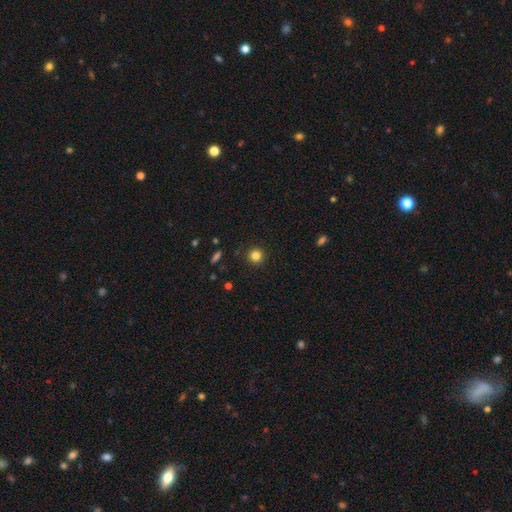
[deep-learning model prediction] Smooth or featured?
  - smooth: 82% *
  - star or artifact: 13%
  - featured or disk: 5%
How rounded?
  - round: 95% *
  - in between: 4%
  - cigar-shaped: 1%
Merging?
  - none: 92% *
  - minor disturbance: 5%
  - major disturbance: 2%
  - merger: 1%